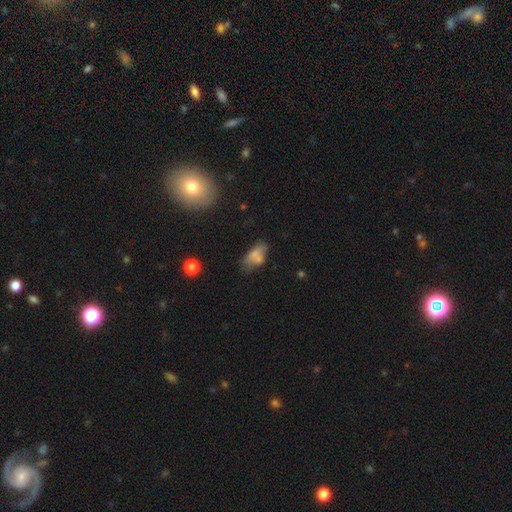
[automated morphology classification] This appears to be a smooth galaxy with no disk features (65%) that is in between round and cigar-shaped (87%). Merging: none (40%).